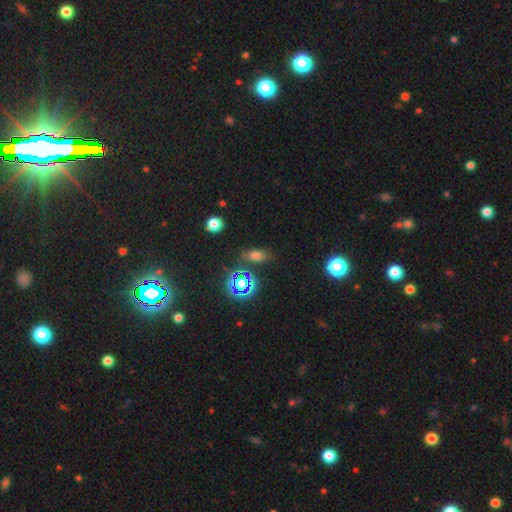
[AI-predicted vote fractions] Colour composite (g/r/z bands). It shows a smooth galaxy with no disk features (58%) that is in between round and cigar-shaped (77%). Merging: none (78%).